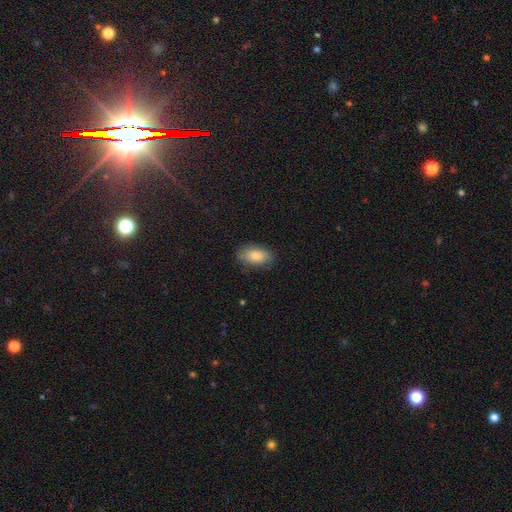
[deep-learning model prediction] Smooth or featured? smooth (81%)
How rounded? in between (92%)
Merging? none (81%)